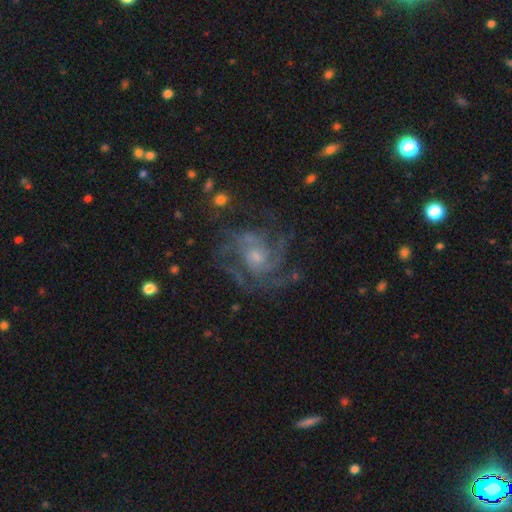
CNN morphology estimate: Smooth or featured? featured or disk (86%)
Edge-on disk? no (98%)
Bar? no (69%)
Spiral arms? yes (96%)
Spiral winding? tight (46%)
Spiral arm count? 3 (33%)
Bulge size? small (50%)
Merging? none (69%)